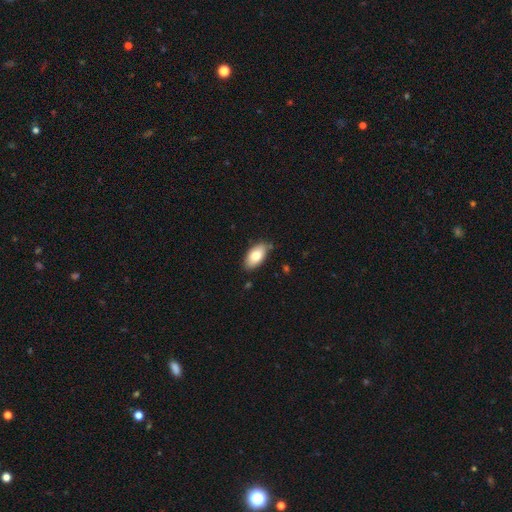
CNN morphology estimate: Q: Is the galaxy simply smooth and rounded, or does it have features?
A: smooth — 78%.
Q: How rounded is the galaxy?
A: in between — 93%.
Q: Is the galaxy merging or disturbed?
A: none — 81%.